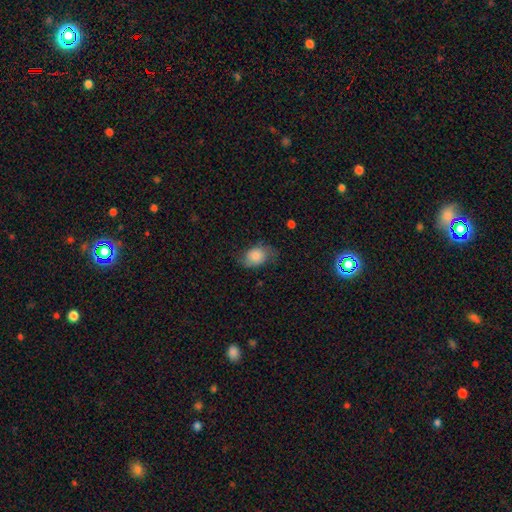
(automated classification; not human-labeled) A smooth galaxy with no disk features (77%) that is in between round and cigar-shaped (71%).

Vote fractions:
- Smooth or featured? smooth: 77% / featured or disk: 15% / star or artifact: 8%
- How rounded? in between: 71% / round: 27% / cigar-shaped: 1%
- Merging? none: 59% / minor disturbance: 29% / major disturbance: 11% / merger: 1%